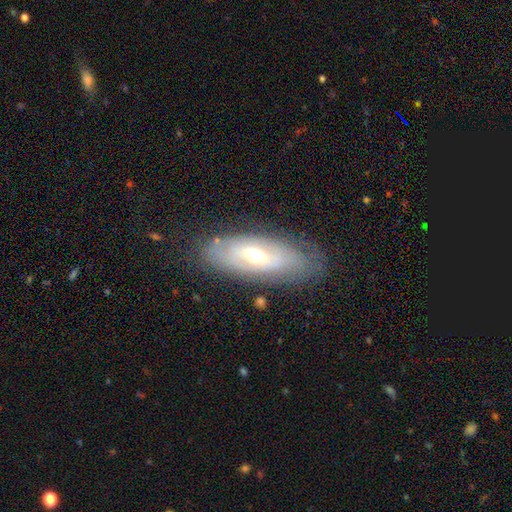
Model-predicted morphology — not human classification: Overall: featured or disk (66%; smooth 27%). Edge-on disk: no (78%). Bar: no (53%; weak 33%). Spiral arms: yes (52%; no 48%). Bulge size: moderate (67%). Merging: none (79%).